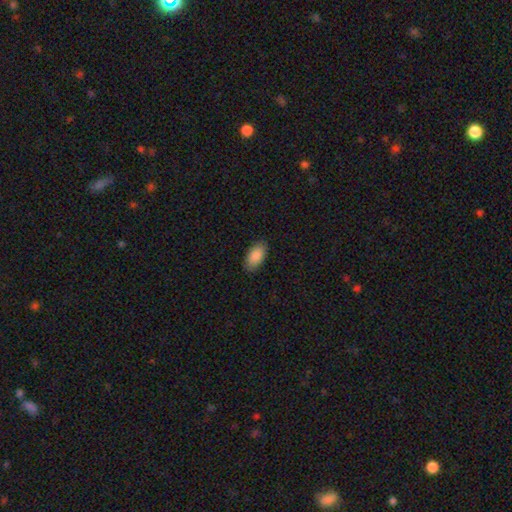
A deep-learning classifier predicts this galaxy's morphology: A smooth galaxy with no disk features (89%) that is in between round and cigar-shaped (94%).

Vote fractions:
- Smooth or featured? smooth: 89% / star or artifact: 6% / featured or disk: 4%
- How rounded? in between: 94% / cigar-shaped: 3% / round: 2%
- Merging? none: 87% / minor disturbance: 10% / major disturbance: 2% / merger: 1%